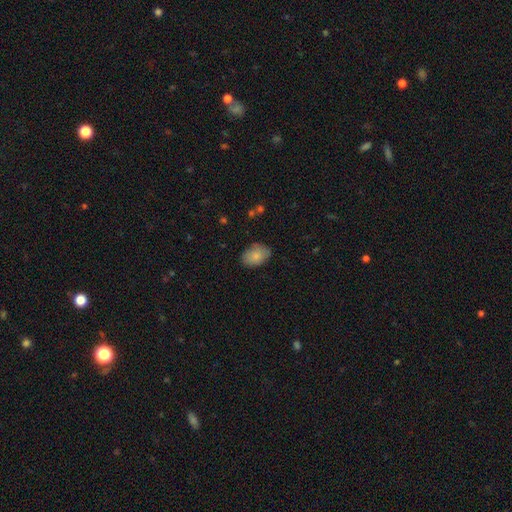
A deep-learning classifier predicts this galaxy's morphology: Smooth or featured: smooth — 84% (featured or disk — 9%)
How rounded: in between — 85% (round — 14%)
Merging: none — 80% (minor disturbance — 16%)